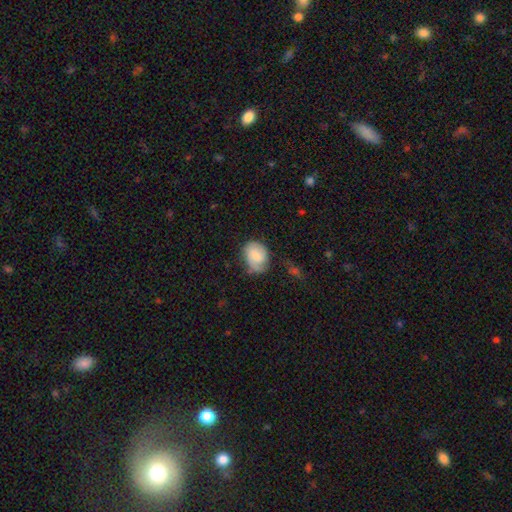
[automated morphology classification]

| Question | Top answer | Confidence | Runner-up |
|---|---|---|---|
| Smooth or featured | smooth | 70% | featured or disk (23%) |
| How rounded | in between | 63% | round (36%) |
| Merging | none | 52% | minor disturbance (33%) |